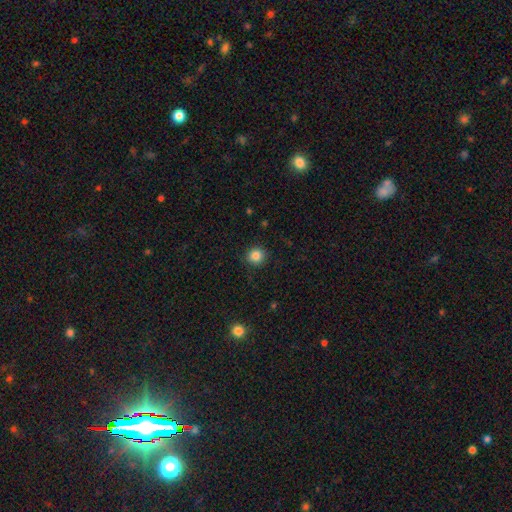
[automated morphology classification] Q: Smooth or featured?
A: smooth (85%); runner-up: star or artifact (11%)
Q: How rounded?
A: round (90%); runner-up: in between (9%)
Q: Merging?
A: none (91%); runner-up: minor disturbance (6%)